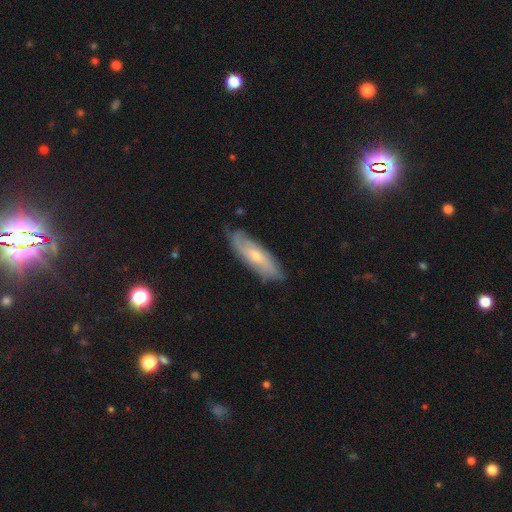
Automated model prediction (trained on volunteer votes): Morphology: type=featured or disk (54%); edge-on=no (72%); merging=none (75%).